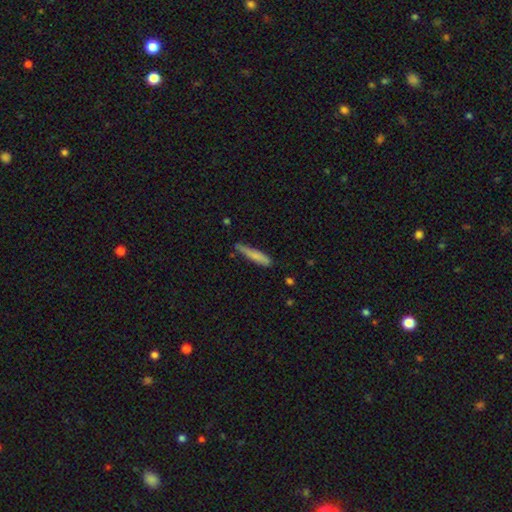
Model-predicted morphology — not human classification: smooth_or_featured: smooth (p=0.76) [alt: featured or disk p=0.17]
how_rounded: cigar-shaped (p=0.89) [alt: in between p=0.10]
merging: none (p=0.66) [alt: minor disturbance p=0.26]